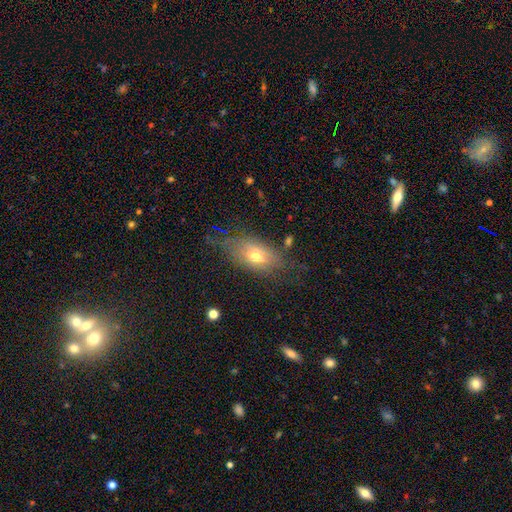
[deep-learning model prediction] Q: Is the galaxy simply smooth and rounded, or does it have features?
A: smooth — 57%.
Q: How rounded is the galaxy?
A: in between — 81%.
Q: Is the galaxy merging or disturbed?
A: none — 61%.